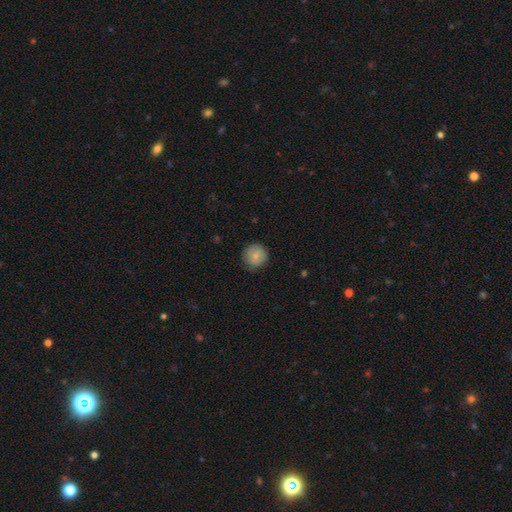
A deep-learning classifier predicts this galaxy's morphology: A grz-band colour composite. It shows a smooth galaxy with no disk features (76%) that is round (93%). Merging: none (79%).